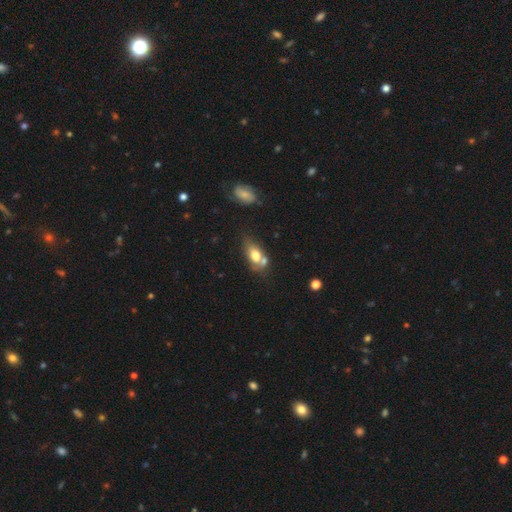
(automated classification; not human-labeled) Q: Smooth or featured?
A: smooth (71%); runner-up: featured or disk (21%)
Q: How rounded?
A: in between (84%); runner-up: round (10%)
Q: Merging?
A: none (37%); runner-up: merger (36%)